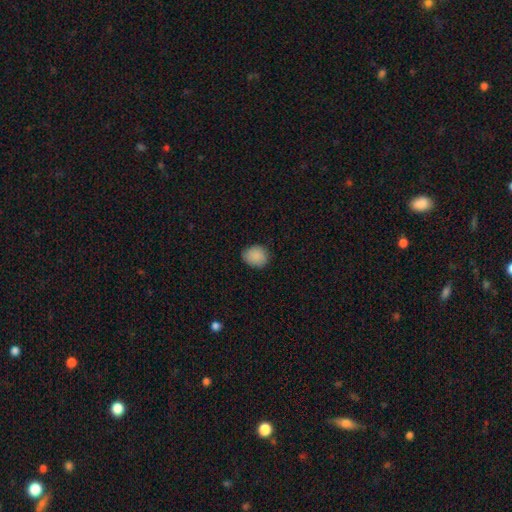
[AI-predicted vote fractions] smooth-or-featured: smooth: 88% | star or artifact: 8% | featured or disk: 4%
  how-rounded: round: 65% | in between: 34% | cigar-shaped: 1%
  merging: none: 81% | minor disturbance: 15% | major disturbance: 3% | merger: 1%